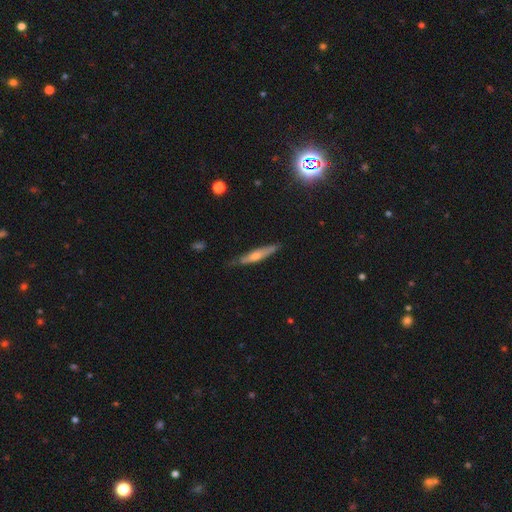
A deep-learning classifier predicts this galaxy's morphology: Q: Smooth or featured?
A: featured or disk (58%); runner-up: smooth (32%)
Q: Edge-on disk?
A: yes (91%); runner-up: no (9%)
Q: Edge-on bulge?
A: rounded (77%); runner-up: none (16%)
Q: Merging?
A: none (81%); runner-up: minor disturbance (15%)